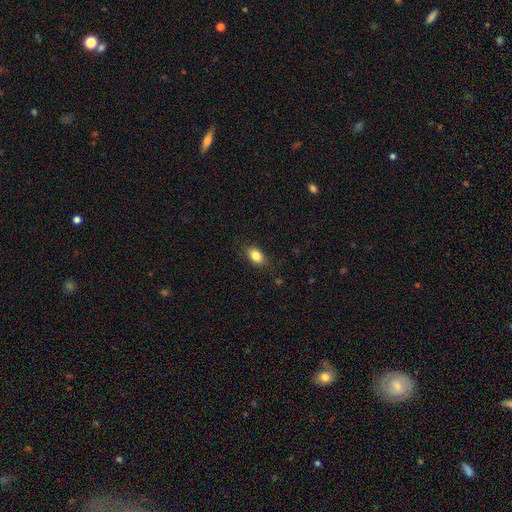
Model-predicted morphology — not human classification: smooth-or-featured: smooth: 85% | star or artifact: 8% | featured or disk: 6%
  how-rounded: in between: 85% | round: 14% | cigar-shaped: 2%
  merging: none: 84% | minor disturbance: 12% | major disturbance: 3% | merger: 1%